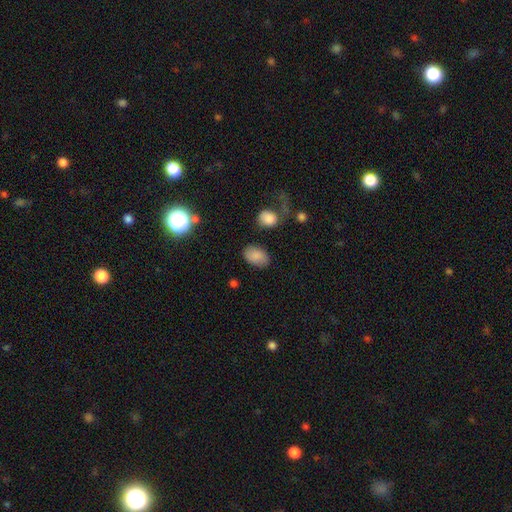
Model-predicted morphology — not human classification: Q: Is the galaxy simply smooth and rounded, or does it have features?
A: smooth — 85%.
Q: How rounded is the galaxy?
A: in between — 89%.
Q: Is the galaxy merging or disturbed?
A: none — 82%.